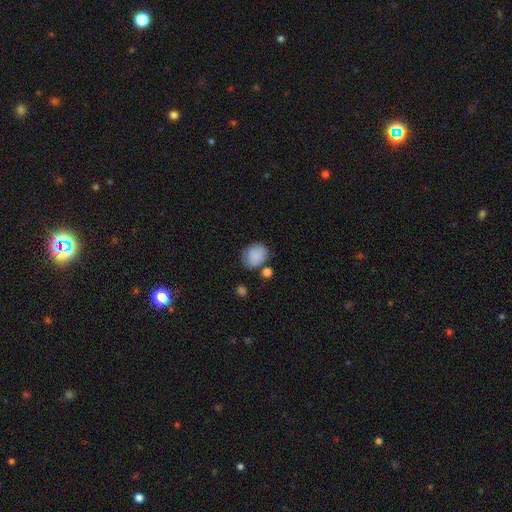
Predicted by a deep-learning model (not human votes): Overall: smooth (83%). How rounded: in between (54%; round 45%). Merging: none (62%; minor disturbance 22%).